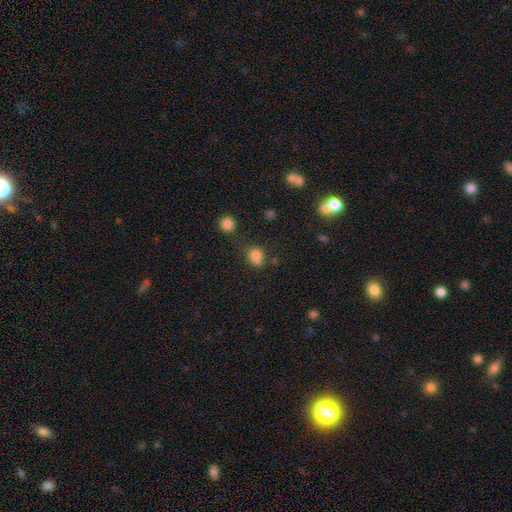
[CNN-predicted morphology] Smooth or featured? smooth (78%)
How rounded? round (65%)
Merging? none (52%)